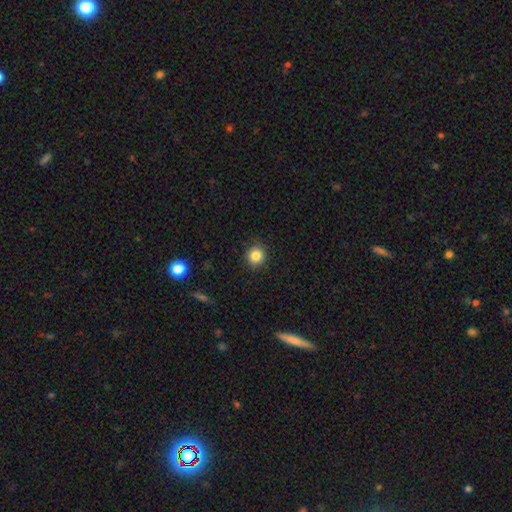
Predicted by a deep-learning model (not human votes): Smooth or featured? Predicted: smooth (p=0.84). How rounded? Predicted: round (p=0.91). Merging? Predicted: none (p=0.90).